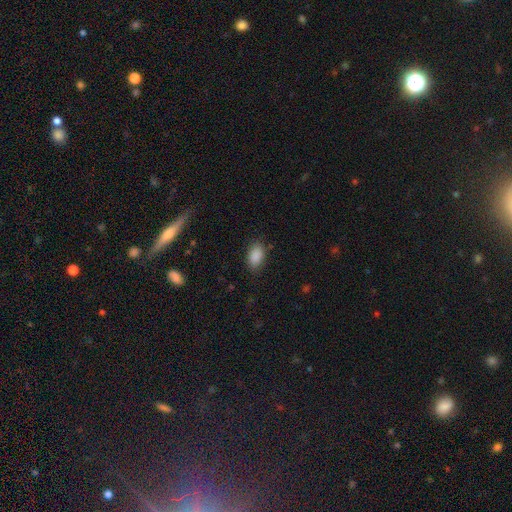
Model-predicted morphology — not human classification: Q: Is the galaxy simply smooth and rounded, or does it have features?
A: smooth — 89%.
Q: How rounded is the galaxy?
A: in between — 91%.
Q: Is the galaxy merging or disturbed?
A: none — 84%.